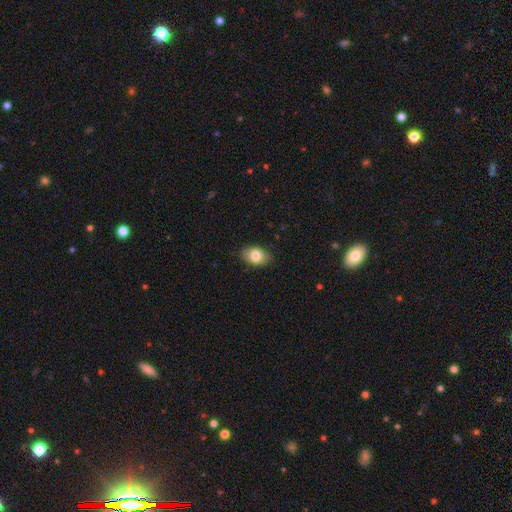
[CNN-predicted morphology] smooth 82%, featured or disk 10%, star or artifact 8%. Down the decision tree: how rounded — in between (84%); merging — none (86%).